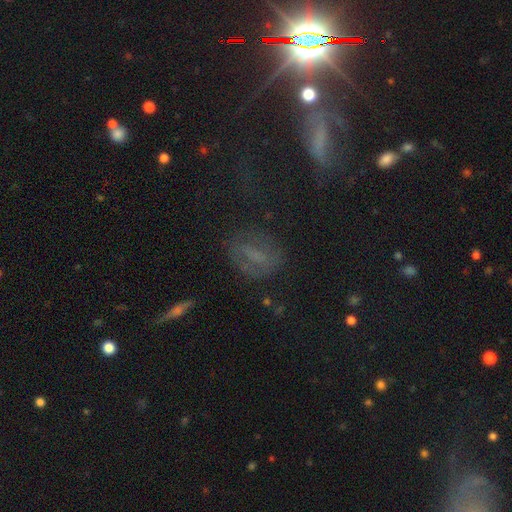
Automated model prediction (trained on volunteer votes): The model was most divided on "smooth or featured": smooth: 43%, featured or disk: 34%, star or artifact: 24%. More confident: merging — none (66%).